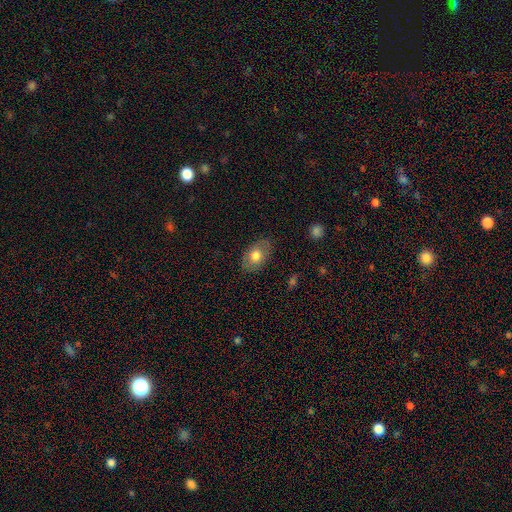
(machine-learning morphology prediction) The model was most divided on "smooth or featured": smooth: 73%, featured or disk: 20%, star or artifact: 8%. More confident: how rounded — in between (86%); merging — none (83%).